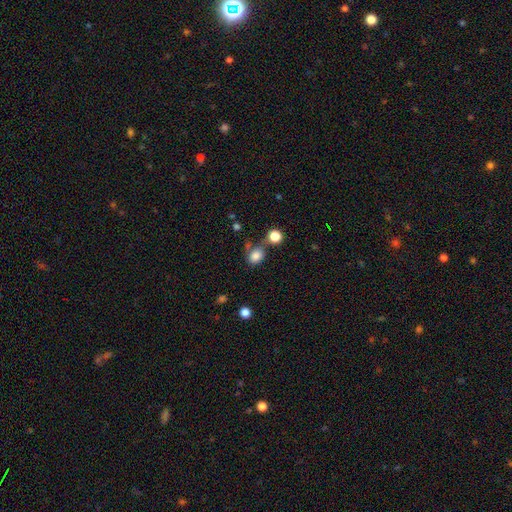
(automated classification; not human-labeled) Morphology: type=smooth (83%); roundness=in between (51%); merging=none (59%).